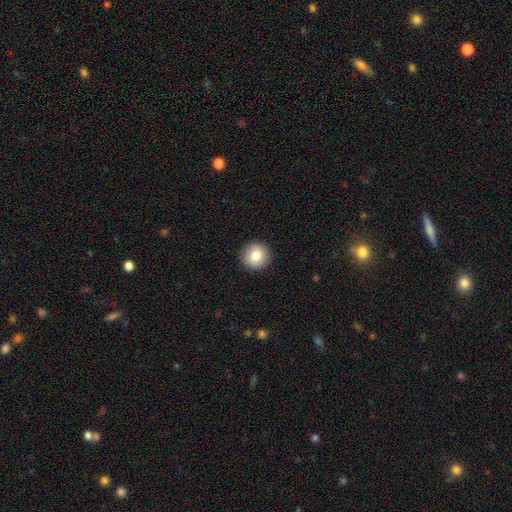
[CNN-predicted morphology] A smooth galaxy with no disk features (82%) that is round (94%).

Vote fractions:
- Smooth or featured? smooth: 82% / featured or disk: 10% / star or artifact: 8%
- How rounded? round: 94% / in between: 5% / cigar-shaped: 1%
- Merging? none: 92% / minor disturbance: 5% / major disturbance: 2% / merger: 1%